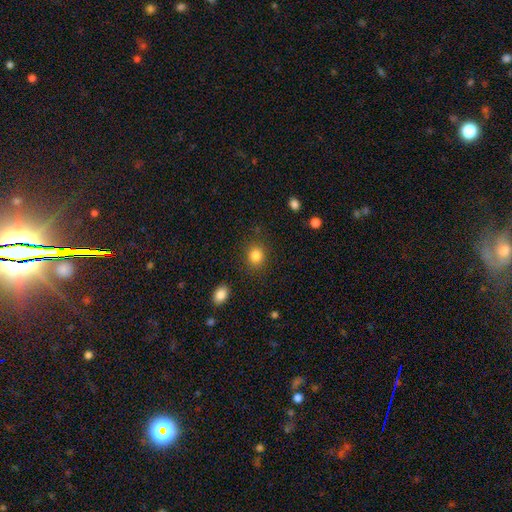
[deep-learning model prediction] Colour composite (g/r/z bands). It shows a smooth galaxy with no disk features (84%) that is round (75%). Merging: none (85%).